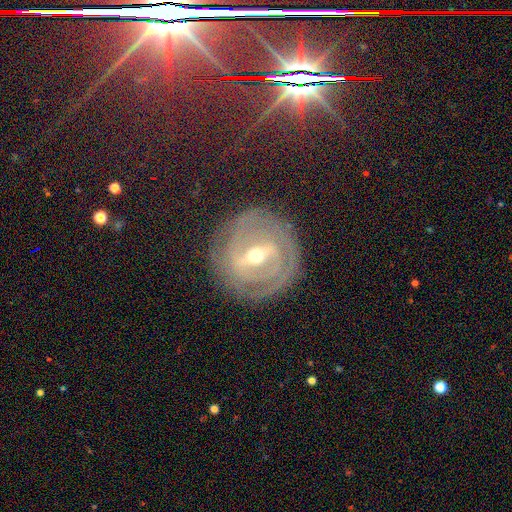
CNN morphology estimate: smooth_or_featured: featured or disk (p=0.84) [alt: smooth p=0.10]
disk_edge_on: no (p=0.89) [alt: yes p=0.11]
bar: strong (p=0.62) [alt: weak p=0.29]
has_spiral_arms: yes (p=0.78) [alt: no p=0.22]
spiral_winding: tight (p=0.73) [alt: medium p=0.20]
spiral_arm_count: can't tell (p=0.39) [alt: 2 p=0.33]
bulge_size: moderate (p=0.53) [alt: small p=0.43]
merging: none (p=0.80) [alt: minor disturbance p=0.13]